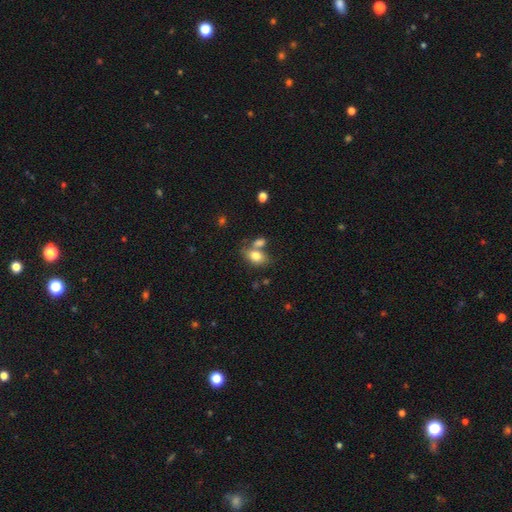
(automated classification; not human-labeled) The model was most divided on "merging": none: 49%, merger: 33%, minor disturbance: 14%, major disturbance: 5%. More confident: how rounded — in between (85%); smooth or featured — smooth (80%).